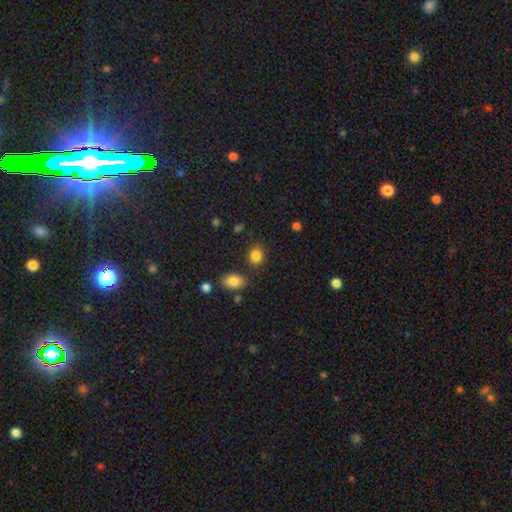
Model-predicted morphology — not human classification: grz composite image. It shows a smooth galaxy with no disk features (85%) that is round (56%). Merging: none (79%).